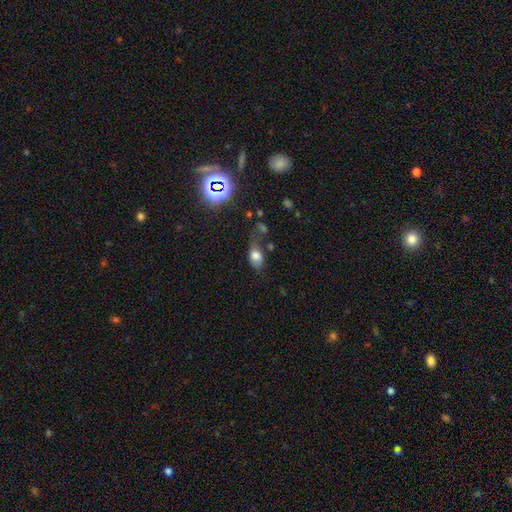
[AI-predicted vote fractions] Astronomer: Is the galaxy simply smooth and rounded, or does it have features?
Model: smooth — 73%.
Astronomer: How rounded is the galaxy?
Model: in between — 83%.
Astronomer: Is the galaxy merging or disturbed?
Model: none — 40% (runner-up: minor disturbance, 28%).